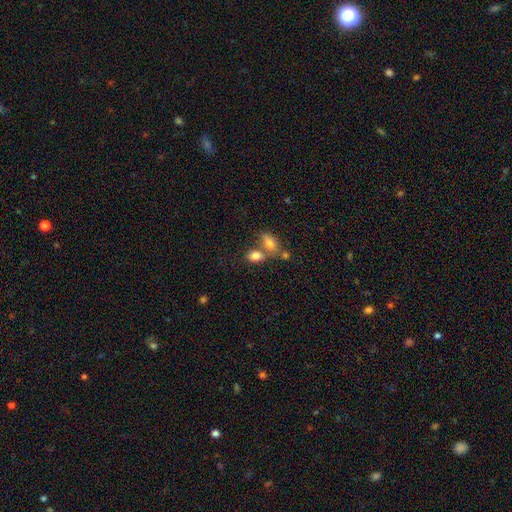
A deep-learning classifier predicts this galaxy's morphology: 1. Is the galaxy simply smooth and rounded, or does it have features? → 82% smooth, 9% star or artifact, 9% featured or disk.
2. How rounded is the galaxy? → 83% in between, 15% round, 3% cigar-shaped.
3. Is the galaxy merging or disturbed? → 44% merger, 40% none, 11% minor disturbance, 5% major disturbance.